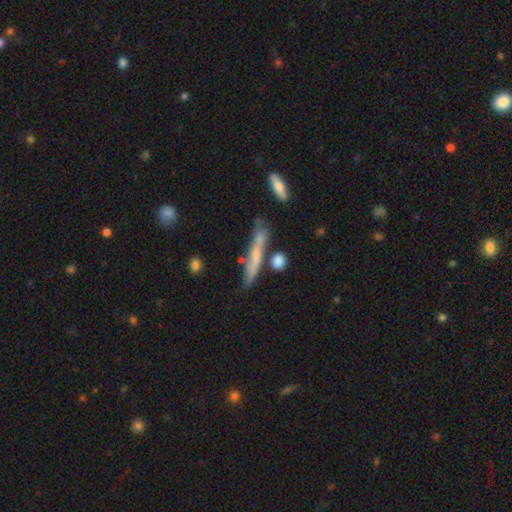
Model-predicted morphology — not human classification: smooth_or_featured: smooth (p=0.54) [alt: featured or disk p=0.37]
how_rounded: cigar-shaped (p=0.90) [alt: in between p=0.07]
merging: none (p=0.64) [alt: minor disturbance p=0.18]